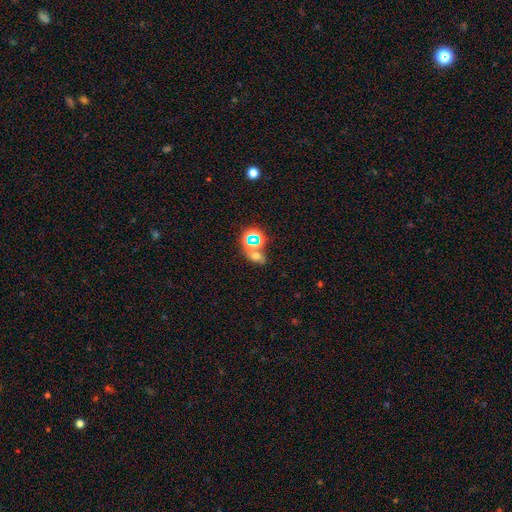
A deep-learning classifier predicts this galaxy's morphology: type=smooth (43%); merging=none (48%).